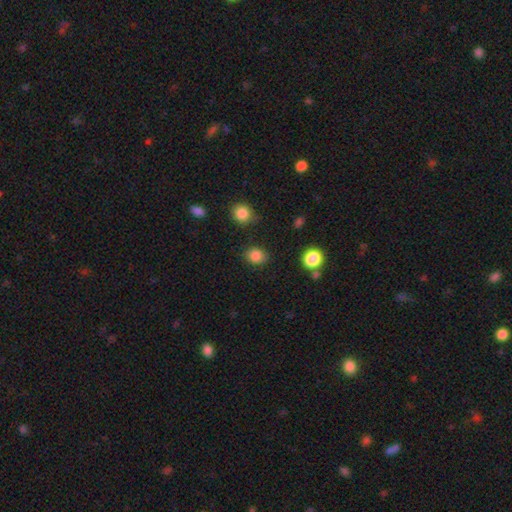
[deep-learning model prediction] A smooth galaxy with no disk features (85%) that is round (61%).

Vote fractions:
- Smooth or featured? smooth: 85% / star or artifact: 11% / featured or disk: 4%
- How rounded? round: 61% / in between: 39% / cigar-shaped: 1%
- Merging? none: 81% / minor disturbance: 13% / major disturbance: 4% / merger: 2%